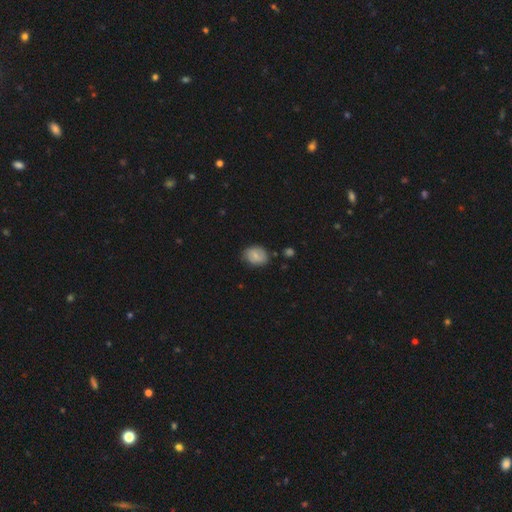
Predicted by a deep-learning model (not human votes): Overall: smooth (73%). How rounded: in between (63%; round 36%). Merging: none (74%).